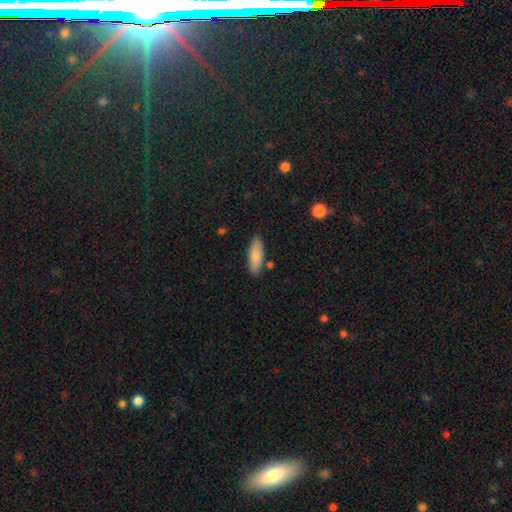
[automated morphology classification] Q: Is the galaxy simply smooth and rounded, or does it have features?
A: smooth — 84%.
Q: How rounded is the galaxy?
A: in between — 63%.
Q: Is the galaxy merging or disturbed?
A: none — 82%.